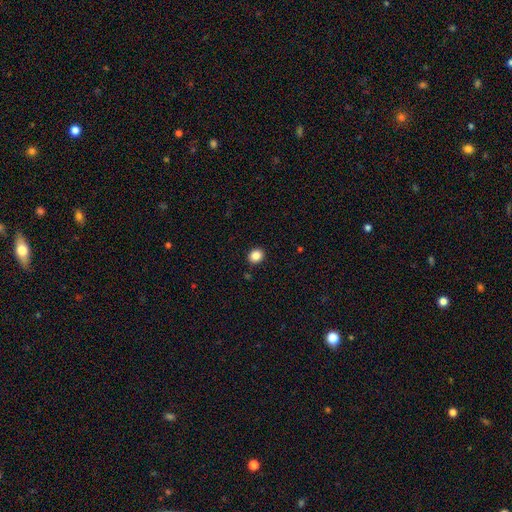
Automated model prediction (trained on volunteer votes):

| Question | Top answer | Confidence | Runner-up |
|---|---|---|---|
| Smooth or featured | smooth | 86% | star or artifact (10%) |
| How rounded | round | 70% | in between (30%) |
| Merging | none | 90% | minor disturbance (6%) |